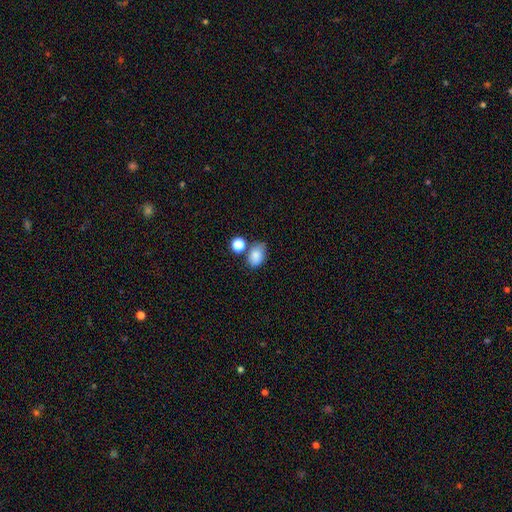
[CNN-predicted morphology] A smooth galaxy with no disk features (83%) that is in between round and cigar-shaped (79%).

Vote fractions:
- Smooth or featured? smooth: 83% / star or artifact: 10% / featured or disk: 8%
- How rounded? in between: 79% / round: 20% / cigar-shaped: 1%
- Merging? none: 58% / minor disturbance: 19% / merger: 17% / major disturbance: 6%